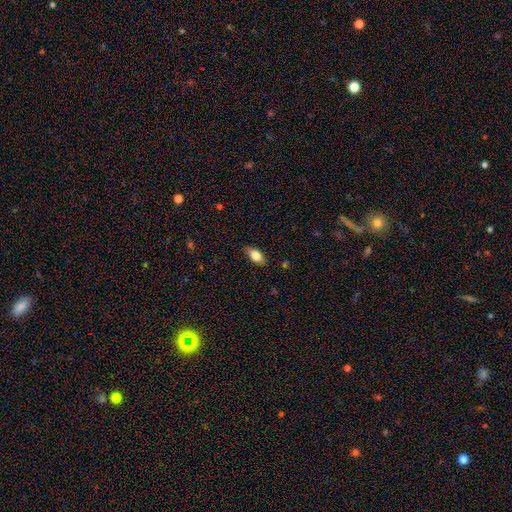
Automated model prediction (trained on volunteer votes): Morphology: type=smooth (82%); roundness=in between (88%); merging=none (82%).